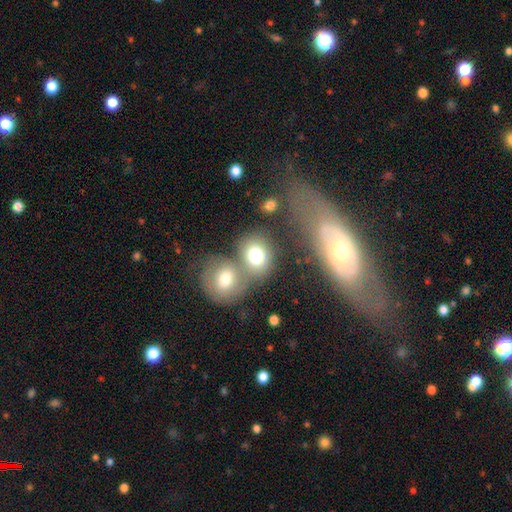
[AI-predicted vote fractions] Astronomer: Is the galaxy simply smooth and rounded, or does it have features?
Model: smooth — 72%.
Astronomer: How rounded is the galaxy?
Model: round — 66%.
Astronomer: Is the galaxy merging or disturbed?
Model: merger — 48% (runner-up: none, 37%).